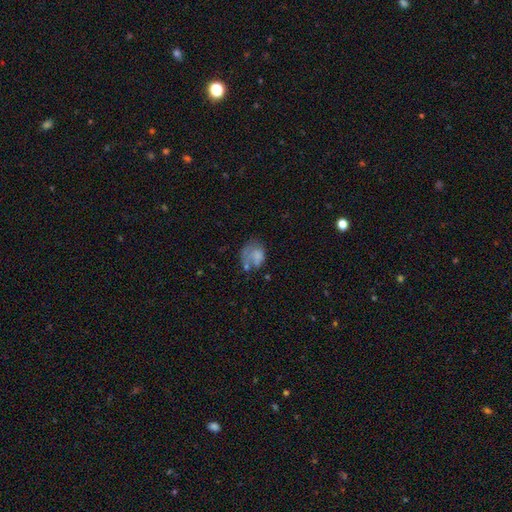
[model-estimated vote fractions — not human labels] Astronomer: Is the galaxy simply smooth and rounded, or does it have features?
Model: smooth — 57%.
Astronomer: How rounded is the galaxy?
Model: in between — 54% (runner-up: round, 45%).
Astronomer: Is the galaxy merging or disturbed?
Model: none — 33% (runner-up: major disturbance, 31%).